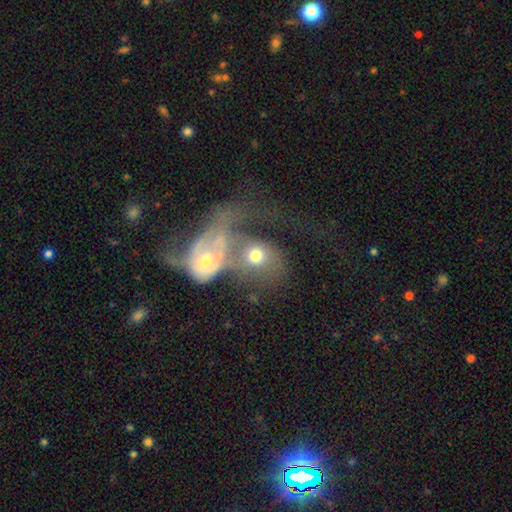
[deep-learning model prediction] Smooth or featured? smooth (46%)
Merging? merger (69%)